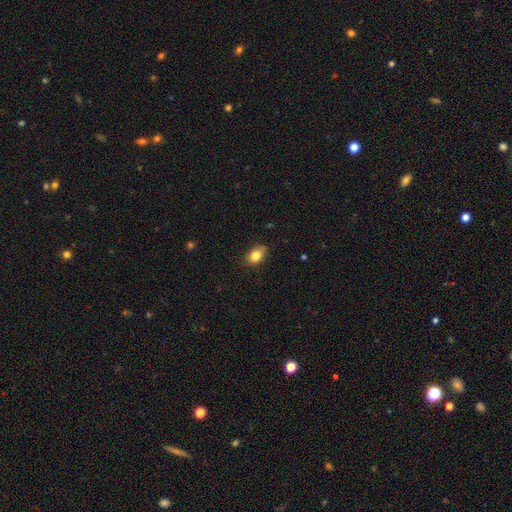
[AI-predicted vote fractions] Morphology: type=smooth (83%); roundness=in between (78%); merging=none (80%).